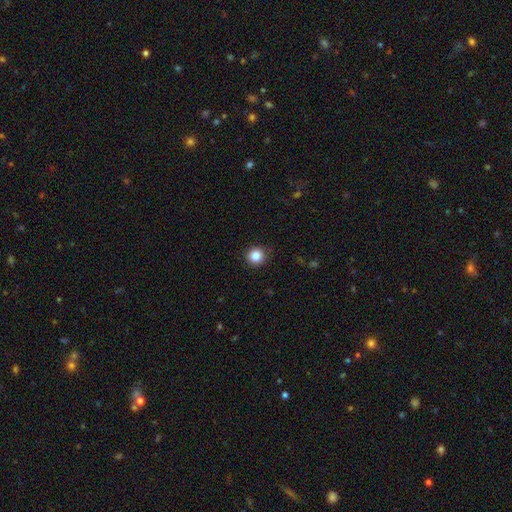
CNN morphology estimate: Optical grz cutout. It shows a smooth galaxy with no disk features (85%) that is round (93%). Merging: none (90%).